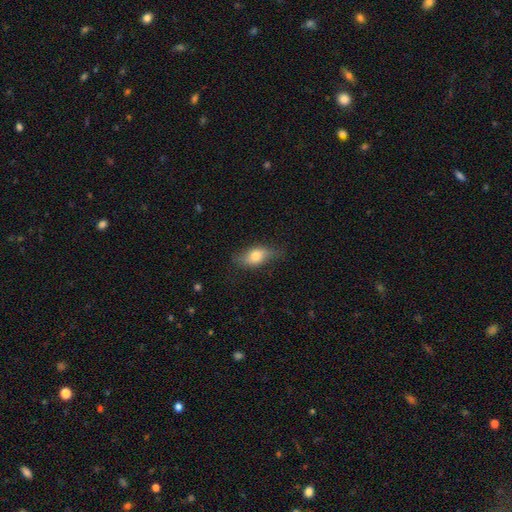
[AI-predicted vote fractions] smooth 66%, featured or disk 27%, star or artifact 8%. Down the decision tree: how rounded — in between (80%); merging — none (70%).